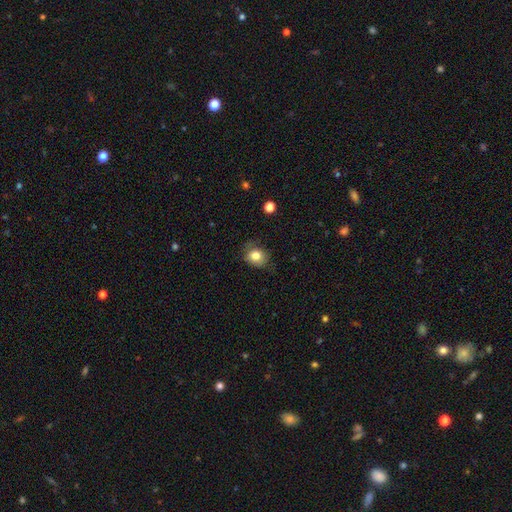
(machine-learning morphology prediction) Q: Smooth or featured?
A: smooth (81%); runner-up: star or artifact (10%)
Q: How rounded?
A: round (58%); runner-up: in between (41%)
Q: Merging?
A: none (72%); runner-up: minor disturbance (21%)